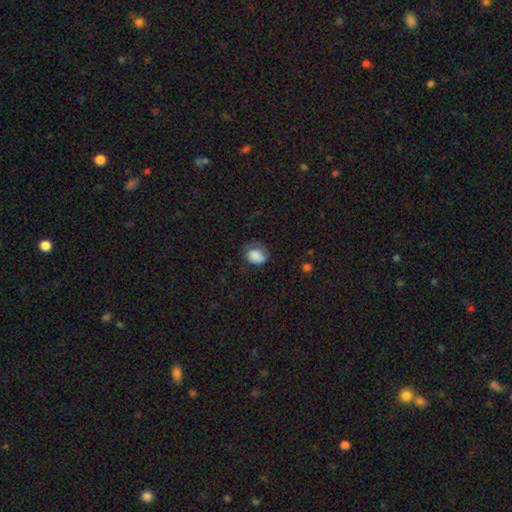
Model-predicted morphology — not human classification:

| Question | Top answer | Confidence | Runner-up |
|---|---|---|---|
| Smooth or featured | smooth | 84% | featured or disk (8%) |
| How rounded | in between | 70% | round (28%) |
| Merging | none | 54% | minor disturbance (29%) |